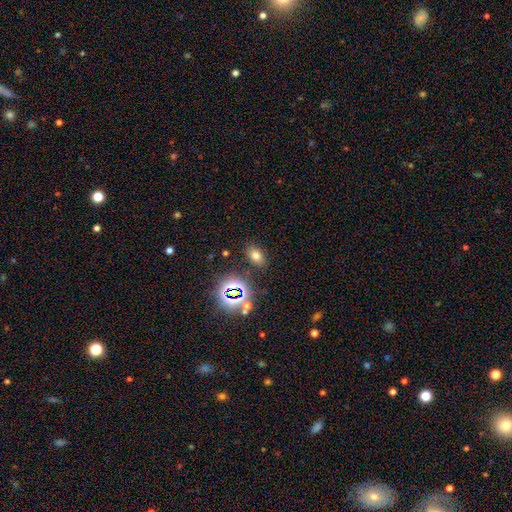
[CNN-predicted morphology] A smooth galaxy with no disk features (66%) that is in between round and cigar-shaped (82%).

Vote fractions:
- Smooth or featured? smooth: 66% / star or artifact: 24% / featured or disk: 10%
- How rounded? in between: 82% / round: 16% / cigar-shaped: 2%
- Merging? none: 84% / minor disturbance: 9% / major disturbance: 4% / merger: 3%